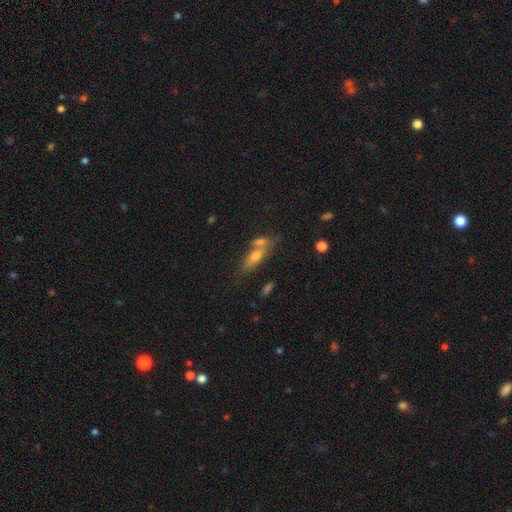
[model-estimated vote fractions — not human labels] Morphology: type=smooth (62%); roundness=in between (59%); merging=none (44%).